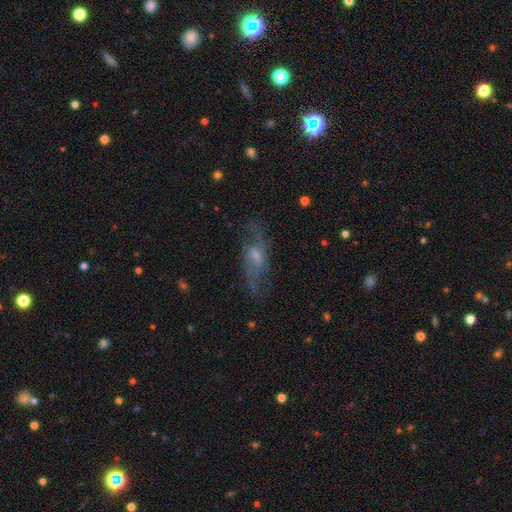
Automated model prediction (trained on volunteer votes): smooth-or-featured: featured or disk: 69% | smooth: 21% | star or artifact: 10%
  disk-edge-on: no: 84% | yes: 16%
    bar: no: 51% | weak: 40% | strong: 8%
    has-spiral-arms: yes: 81% | no: 19%
    bulge-size: small: 43% | moderate: 38% | none: 11% | large: 6% | dominant: 1%
  merging: none: 65% | minor disturbance: 19% | major disturbance: 15% | merger: 2%